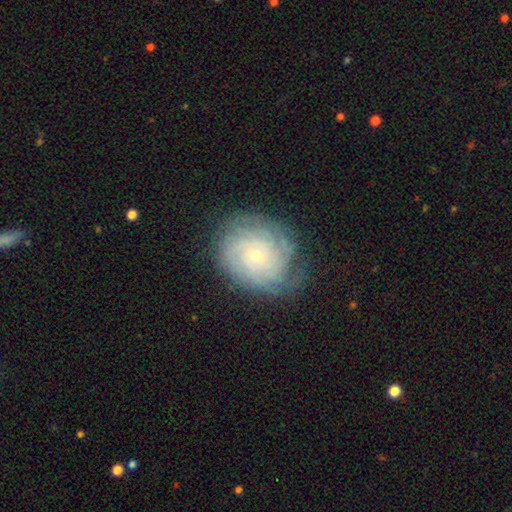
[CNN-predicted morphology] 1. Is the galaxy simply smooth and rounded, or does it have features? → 75% featured or disk, 17% smooth, 8% star or artifact.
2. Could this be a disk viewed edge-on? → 97% no, 3% yes.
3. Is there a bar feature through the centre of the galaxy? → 78% no, 19% weak, 3% strong.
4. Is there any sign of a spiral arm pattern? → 94% yes, 6% no.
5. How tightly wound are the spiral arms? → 81% tight, 16% medium, 4% loose.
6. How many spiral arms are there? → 42% can't tell, 19% 4, 12% 3, 10% more than 4, 10% 2, 6% 1.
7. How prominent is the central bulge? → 76% small, 20% moderate, 2% none, 1% large, 1% dominant.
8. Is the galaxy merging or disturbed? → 75% none, 18% minor disturbance, 6% major disturbance, 1% merger.